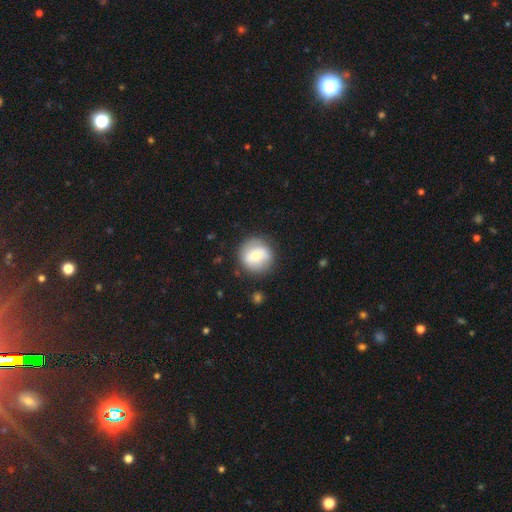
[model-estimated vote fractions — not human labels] A smooth galaxy with no disk features (60%) that is round (92%). Merging: none (80%).